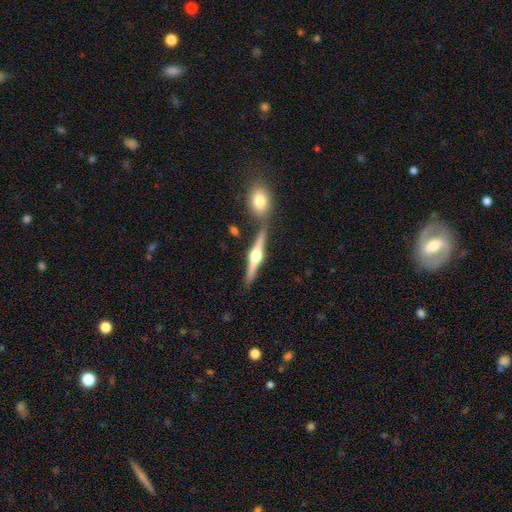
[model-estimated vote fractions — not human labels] Smooth or featured? featured or disk (79%)
Edge-on disk? yes (98%)
Edge-on bulge? rounded (95%)
Merging? none (78%)